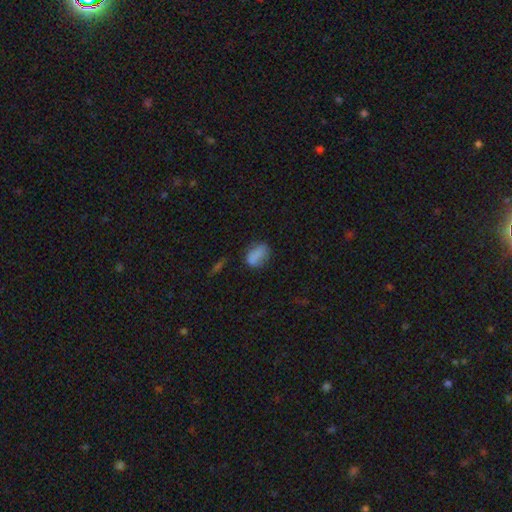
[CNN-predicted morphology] Smooth or featured: smooth — 80% (star or artifact — 11%)
How rounded: in between — 82% (round — 15%)
Merging: none — 60% (minor disturbance — 26%)